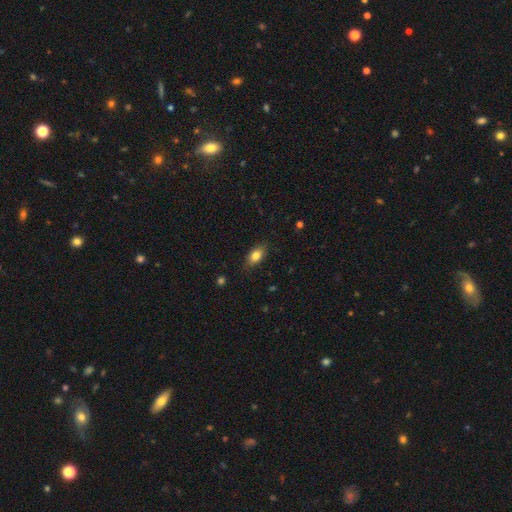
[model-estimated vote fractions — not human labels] Overall: smooth (82%). How rounded: in between (87%). Merging: none (83%).